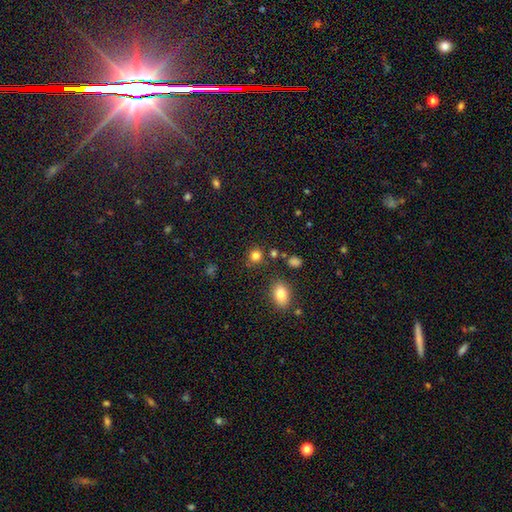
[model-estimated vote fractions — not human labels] A smooth galaxy with no disk features (82%) that is round (82%). Merging: none (82%).